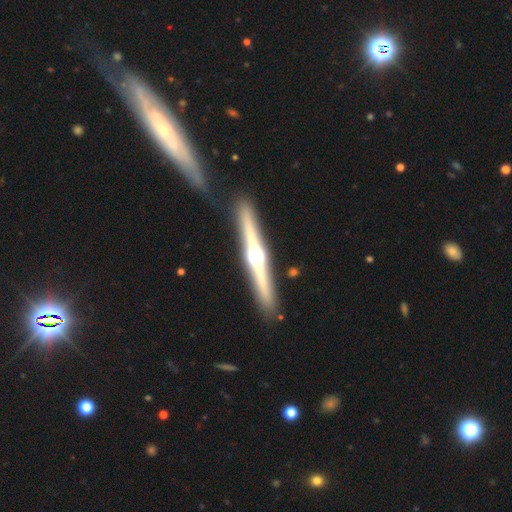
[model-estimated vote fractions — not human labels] Morphology: type=featured or disk (80%); edge-on=yes (98%); edge-on bulge=rounded (93%); merging=none (83%).